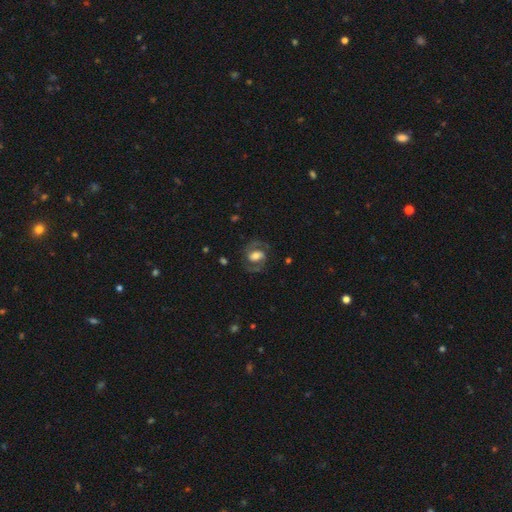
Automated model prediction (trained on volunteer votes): smooth-or-featured: featured or disk: 77% | smooth: 17% | star or artifact: 6%
  disk-edge-on: no: 97% | yes: 3%
    bar: weak: 41% | no: 32% | strong: 27%
    has-spiral-arms: yes: 89% | no: 11%
      spiral-winding: medium: 57% | tight: 23% | loose: 19%
      spiral-arm-count: 2: 91% | can't tell: 4% | 1: 2% | 3: 1% | 4: 1% | more than 4: 1%
    bulge-size: moderate: 52% | large: 28% | small: 15% | dominant: 3% | none: 3%
  merging: none: 76% | minor disturbance: 13% | major disturbance: 9% | merger: 1%